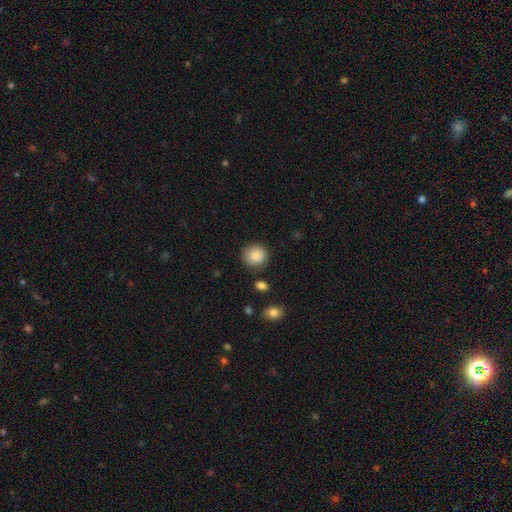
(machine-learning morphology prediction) Overall: smooth (88%). How rounded: round (88%). Merging: none (85%).